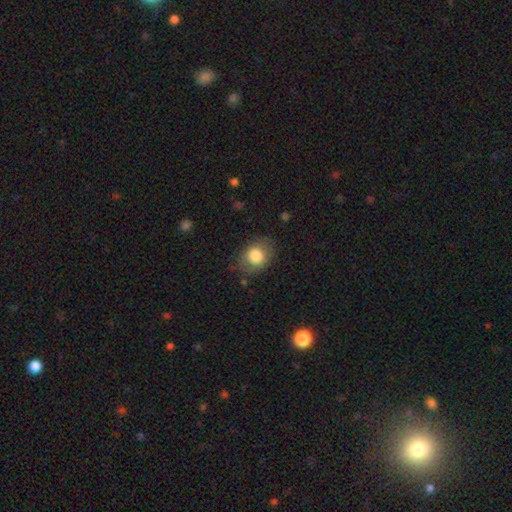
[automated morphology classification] Smooth or featured: smooth — 79% (featured or disk — 13%)
How rounded: in between — 52% (round — 47%)
Merging: none — 76% (minor disturbance — 17%)